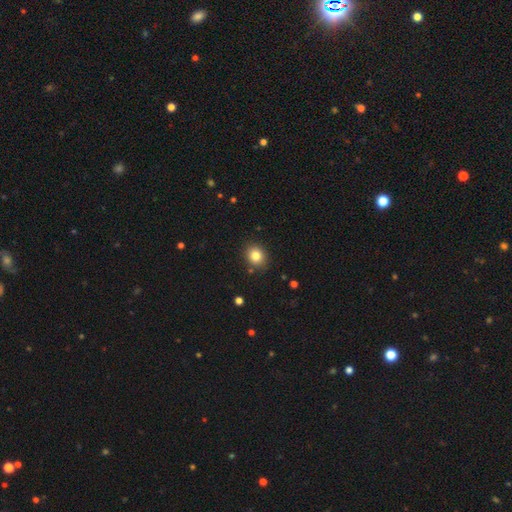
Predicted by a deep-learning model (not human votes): Overall: smooth (82%). How rounded: round (72%). Merging: none (88%).